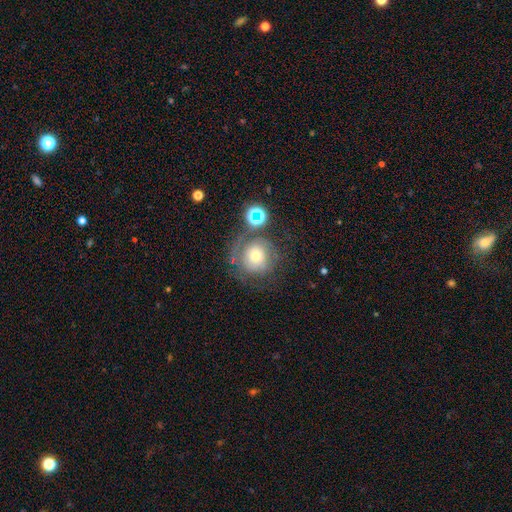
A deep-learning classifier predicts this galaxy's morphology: A smooth galaxy with no disk features (46%).

Vote fractions:
- Smooth or featured? smooth: 46% / featured or disk: 39% / star or artifact: 15%
- Merging? none: 56% / minor disturbance: 18% / major disturbance: 17% / merger: 10%